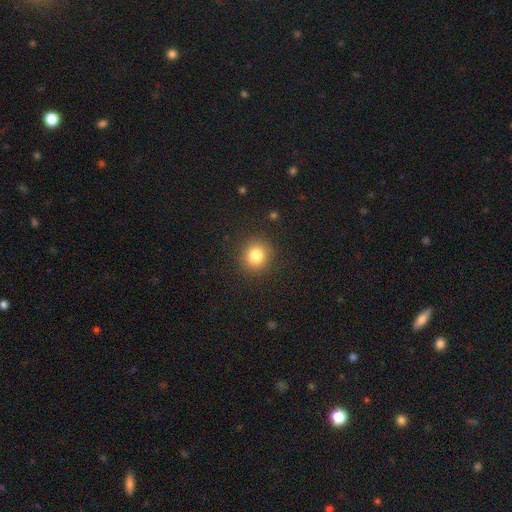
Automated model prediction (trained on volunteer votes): Morphology: type=smooth (82%); roundness=round (89%); merging=none (89%).